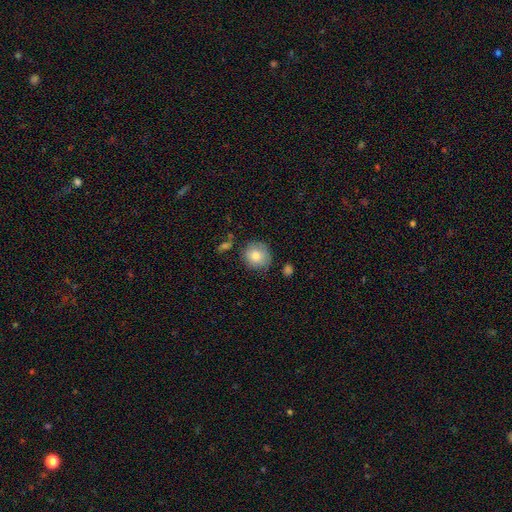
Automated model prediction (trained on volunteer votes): This appears to be a smooth galaxy with no disk features (79%) that is round (88%). Merging: none (74%).